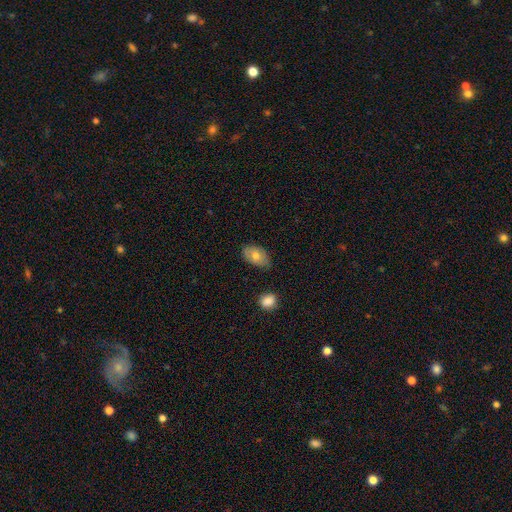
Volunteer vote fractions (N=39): Smooth or featured? smooth (69%)
How rounded? in between (89%)
Merging? none (62%)